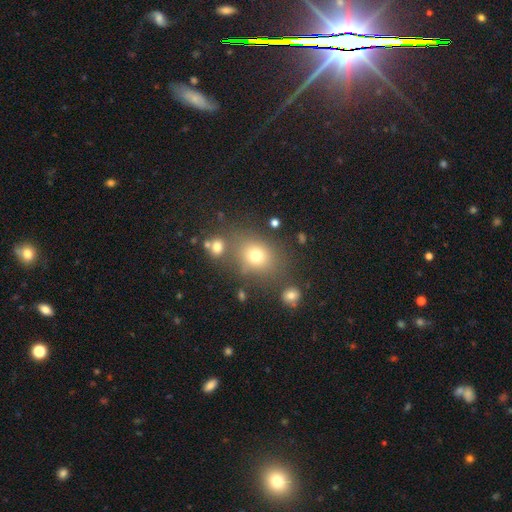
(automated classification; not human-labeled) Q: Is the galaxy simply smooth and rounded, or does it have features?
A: smooth — 72%.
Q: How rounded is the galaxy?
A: round — 59%.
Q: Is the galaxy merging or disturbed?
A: none — 69%.